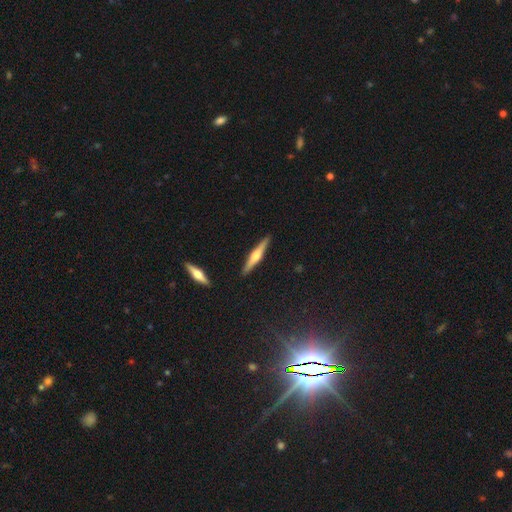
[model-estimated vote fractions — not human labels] Smooth or featured? Predicted: featured or disk (p=0.67). Edge-on disk? Predicted: yes (p=0.98). Edge-on bulge? Predicted: rounded (p=0.88). Merging? Predicted: none (p=0.90).